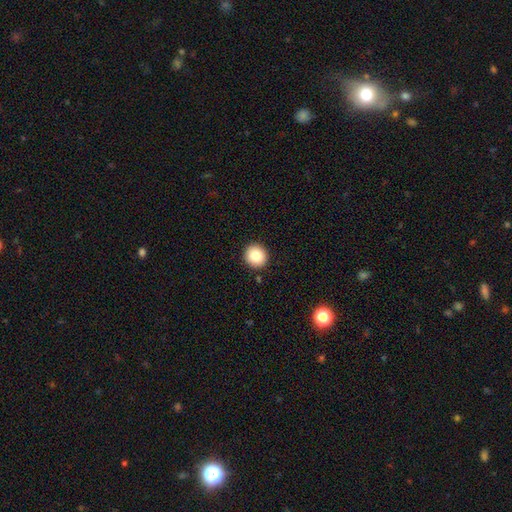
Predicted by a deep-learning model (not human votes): smooth-or-featured: smooth: 82% | star or artifact: 10% | featured or disk: 8%
  how-rounded: round: 92% | in between: 7% | cigar-shaped: 1%
  merging: none: 92% | minor disturbance: 5% | major disturbance: 2% | merger: 1%